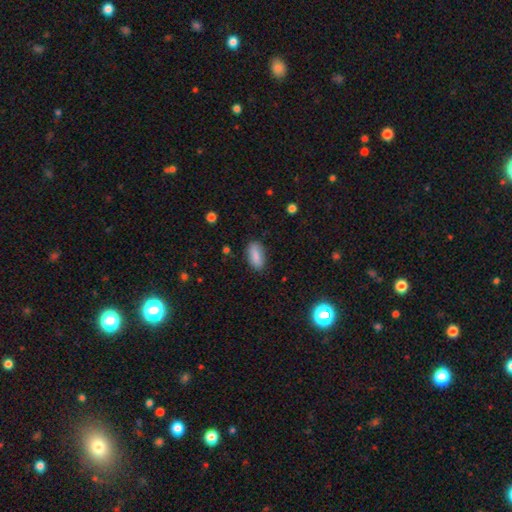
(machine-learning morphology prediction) Overall: smooth (86%). How rounded: in between (87%). Merging: none (83%).